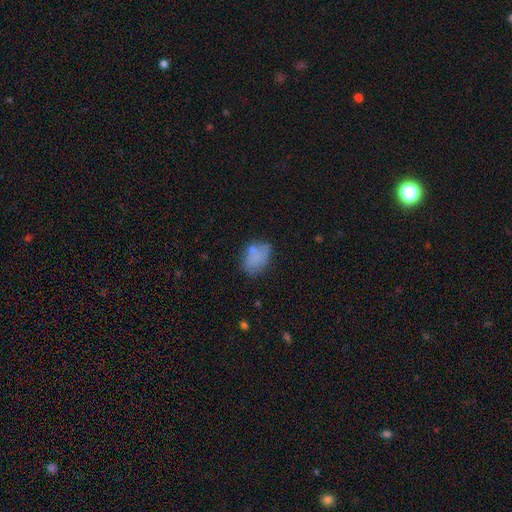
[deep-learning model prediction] Smooth or featured? smooth (71%)
How rounded? in between (80%)
Merging? none (51%)